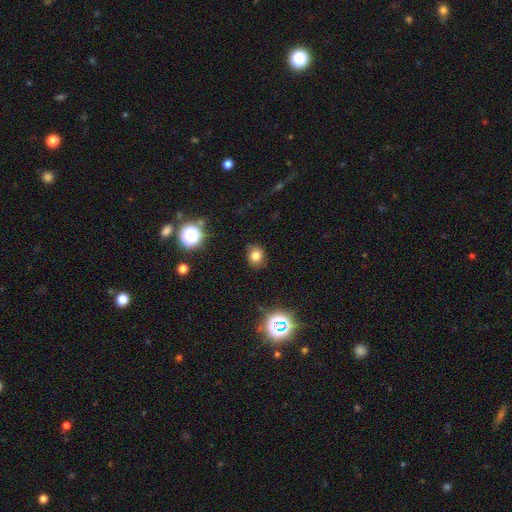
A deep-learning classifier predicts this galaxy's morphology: smooth_or_featured: smooth (p=0.76) [alt: star or artifact p=0.17]
how_rounded: round (p=0.73) [alt: in between p=0.26]
merging: none (p=0.83) [alt: minor disturbance p=0.13]